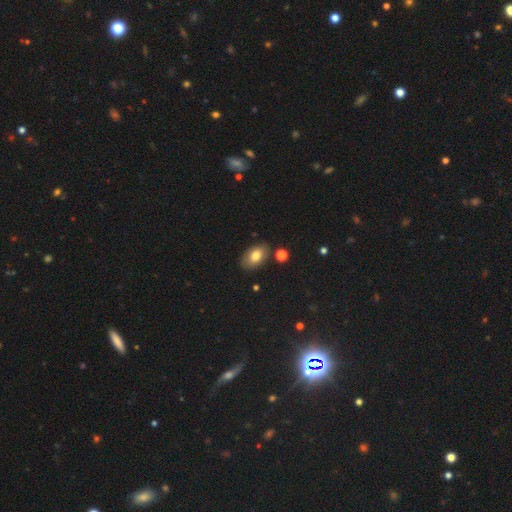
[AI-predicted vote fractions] Morphology: type=smooth (79%); roundness=in between (90%); merging=none (81%).